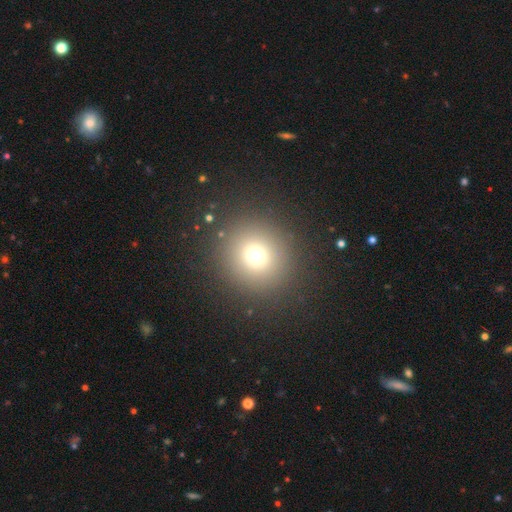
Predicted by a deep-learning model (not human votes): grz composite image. It shows a smooth galaxy with no disk features (72%) that is round (92%). Merging: none (90%).